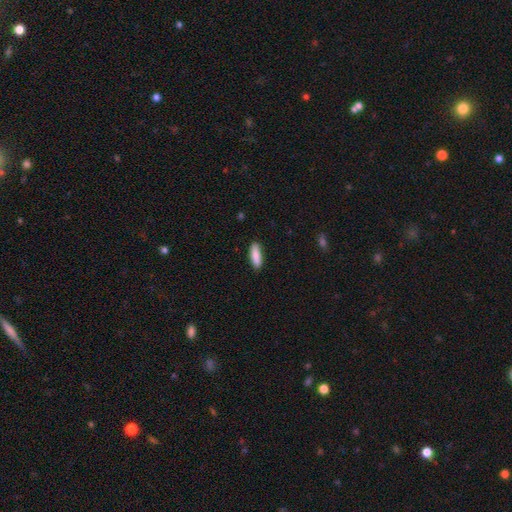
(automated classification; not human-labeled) Morphology: type=smooth (87%); roundness=in between (52%); merging=none (87%).